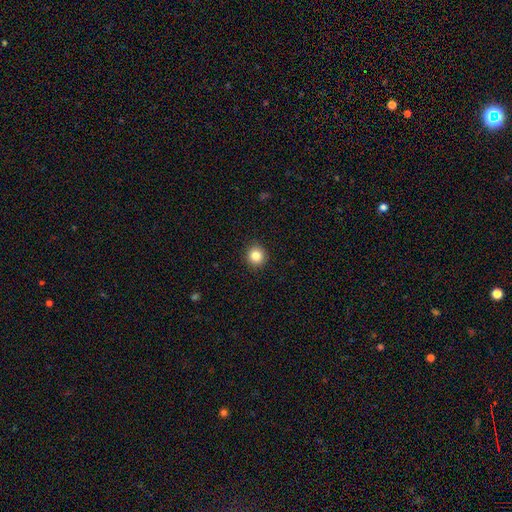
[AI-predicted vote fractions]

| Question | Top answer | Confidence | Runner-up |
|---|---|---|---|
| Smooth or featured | smooth | 84% | star or artifact (11%) |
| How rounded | round | 93% | in between (6%) |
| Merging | none | 92% | minor disturbance (5%) |